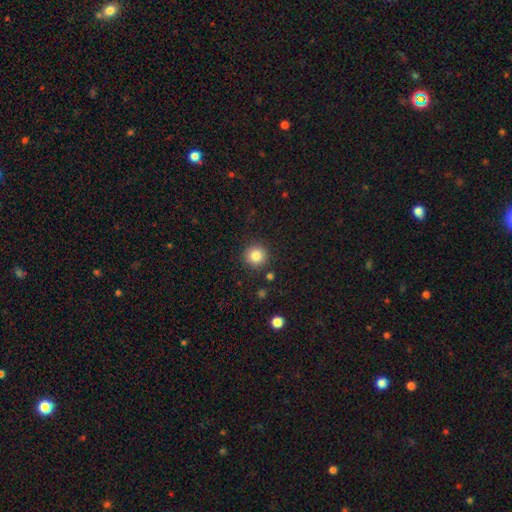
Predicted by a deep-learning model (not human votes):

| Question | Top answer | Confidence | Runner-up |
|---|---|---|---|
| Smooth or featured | smooth | 85% | star or artifact (11%) |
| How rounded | round | 94% | in between (5%) |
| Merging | none | 89% | minor disturbance (6%) |